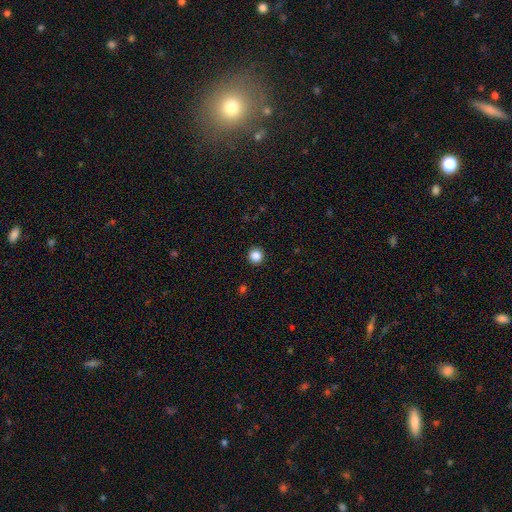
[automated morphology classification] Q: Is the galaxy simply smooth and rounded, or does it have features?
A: smooth — 87%.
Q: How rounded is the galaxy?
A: round — 95%.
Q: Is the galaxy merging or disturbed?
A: none — 93%.